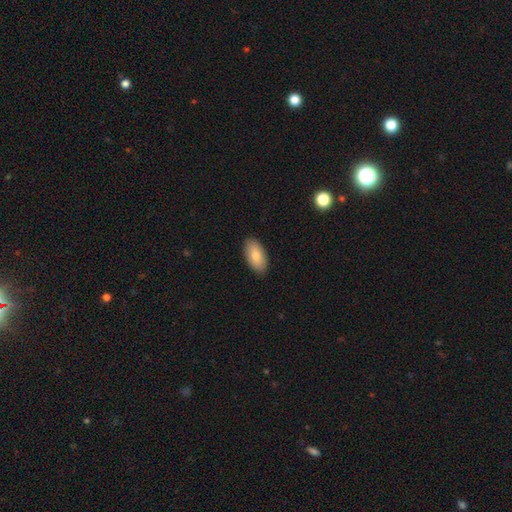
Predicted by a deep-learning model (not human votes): Smooth or featured?
  - smooth: 80% *
  - featured or disk: 14%
  - star or artifact: 6%
How rounded?
  - in between: 94% *
  - cigar-shaped: 3%
  - round: 3%
Merging?
  - none: 89% *
  - minor disturbance: 9%
  - major disturbance: 2%
  - merger: 1%